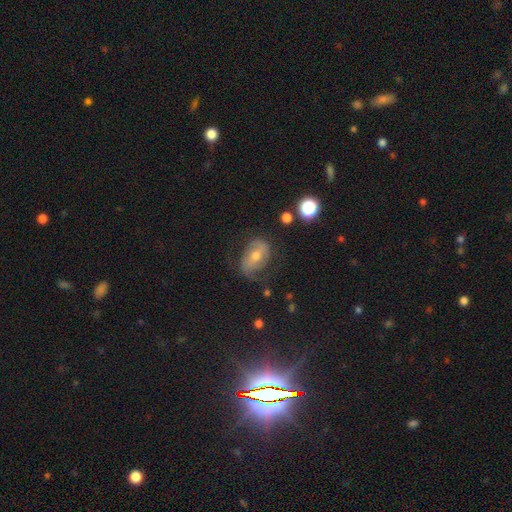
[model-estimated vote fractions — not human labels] Overall: featured or disk (54%; smooth 34%). Edge-on disk: no (94%). Bar: no (42%; weak 36%). Spiral arms: yes (69%; no 31%). Bulge size: moderate (66%; small 28%). Merging: none (59%; minor disturbance 23%).